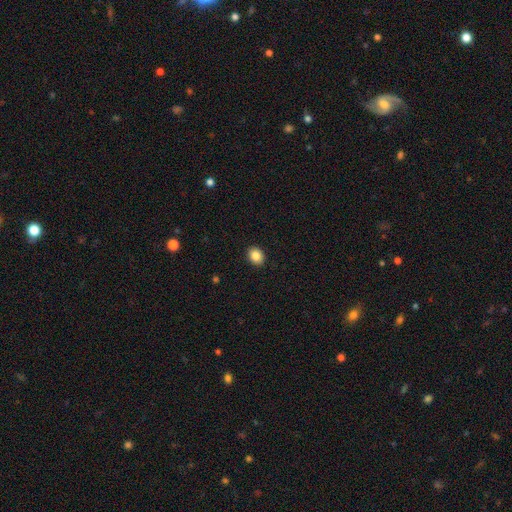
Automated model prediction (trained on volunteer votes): Smooth or featured?
  - smooth: 86% *
  - star or artifact: 9%
  - featured or disk: 5%
How rounded?
  - in between: 50% *
  - round: 49%
  - cigar-shaped: 1%
Merging?
  - none: 92% *
  - minor disturbance: 6%
  - major disturbance: 2%
  - merger: 1%